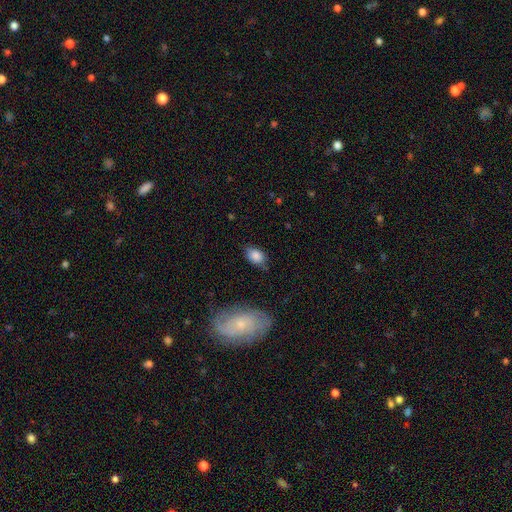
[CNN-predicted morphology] smooth-or-featured: smooth: 84% | star or artifact: 8% | featured or disk: 8%
  how-rounded: in between: 86% | round: 12% | cigar-shaped: 2%
  merging: none: 75% | minor disturbance: 19% | major disturbance: 4% | merger: 2%